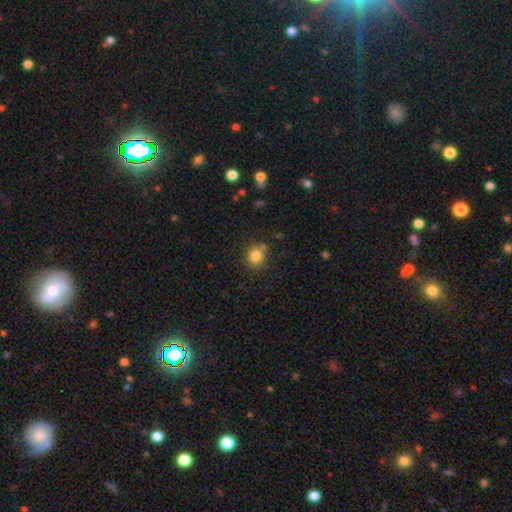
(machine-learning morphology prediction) type=smooth (82%); roundness=round (77%); merging=none (75%).